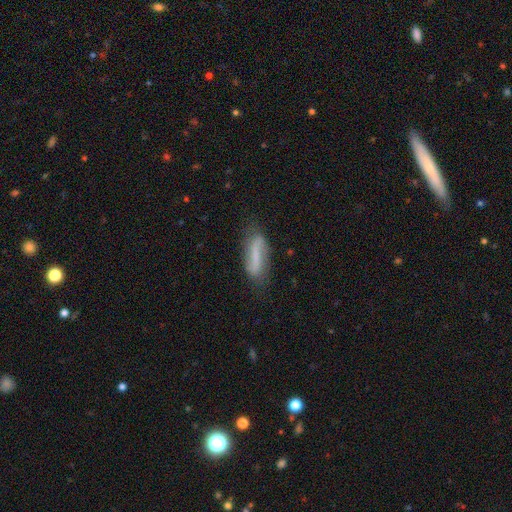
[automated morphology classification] Q: Smooth or featured?
A: featured or disk (56%); runner-up: smooth (36%)
Q: Edge-on disk?
A: no (85%); runner-up: yes (15%)
Q: Merging?
A: none (73%); runner-up: minor disturbance (19%)